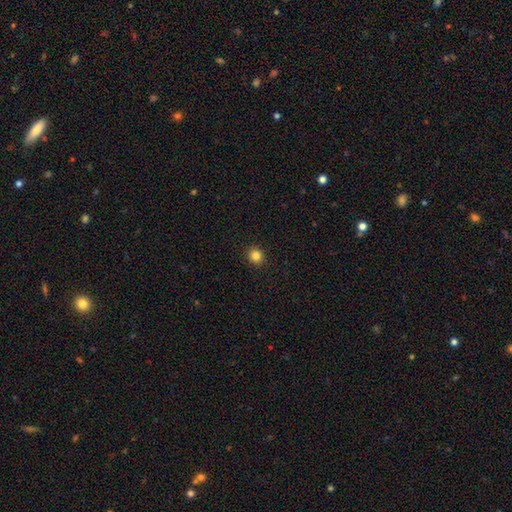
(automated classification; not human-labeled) smooth_or_featured: smooth (p=0.84) [alt: star or artifact p=0.12]
how_rounded: round (p=0.89) [alt: in between p=0.10]
merging: none (p=0.93) [alt: minor disturbance p=0.05]